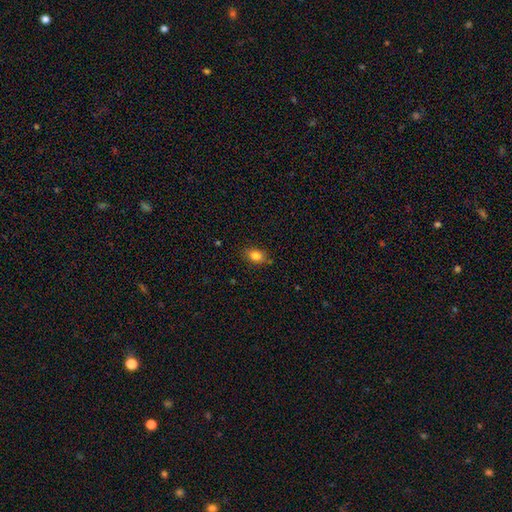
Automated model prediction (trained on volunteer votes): Morphology: type=smooth (81%); roundness=in between (76%); merging=none (81%).